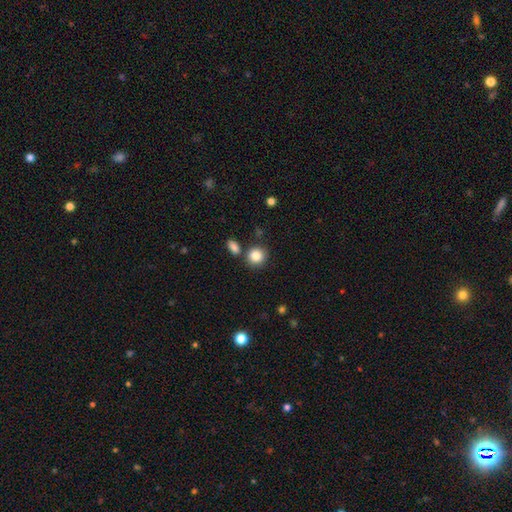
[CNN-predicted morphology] Smooth or featured: smooth — 86% (star or artifact — 9%)
How rounded: round — 86% (in between — 13%)
Merging: none — 78% (merger — 10%)